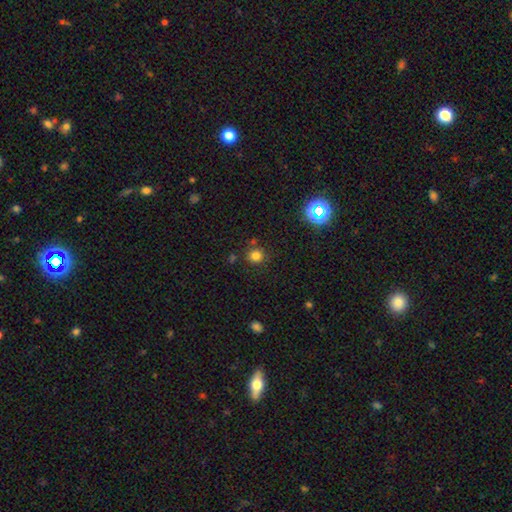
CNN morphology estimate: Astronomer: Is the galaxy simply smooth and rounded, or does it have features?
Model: smooth — 78%.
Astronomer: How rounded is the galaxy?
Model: round — 90%.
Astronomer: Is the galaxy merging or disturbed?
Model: none — 80%.